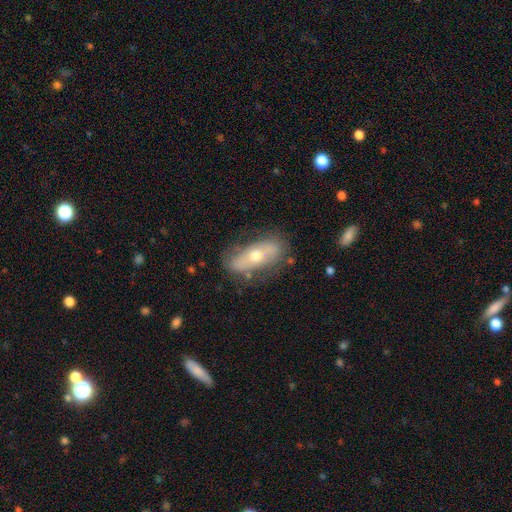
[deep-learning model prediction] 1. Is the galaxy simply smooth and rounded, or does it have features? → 52% featured or disk, 41% smooth, 7% star or artifact.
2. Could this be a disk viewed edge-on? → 73% no, 27% yes.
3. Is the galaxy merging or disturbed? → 73% none, 18% minor disturbance, 7% major disturbance, 2% merger.